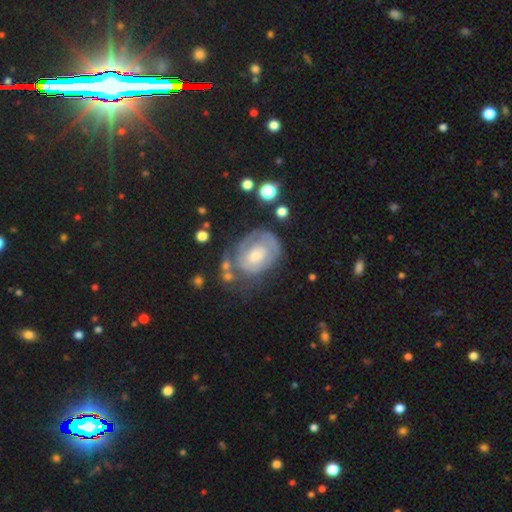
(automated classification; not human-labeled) Smooth or featured?
  - featured or disk: 68% *
  - smooth: 23%
  - star or artifact: 8%
Edge-on disk?
  - no: 96% *
  - yes: 4%
Bar?
  - no: 74% *
  - weak: 22%
  - strong: 4%
Spiral arms?
  - yes: 70% *
  - no: 30%
Bulge size?
  - moderate: 46% *
  - small: 31%
  - large: 15%
  - none: 6%
  - dominant: 2%
Merging?
  - none: 53% *
  - minor disturbance: 24%
  - major disturbance: 17%
  - merger: 5%